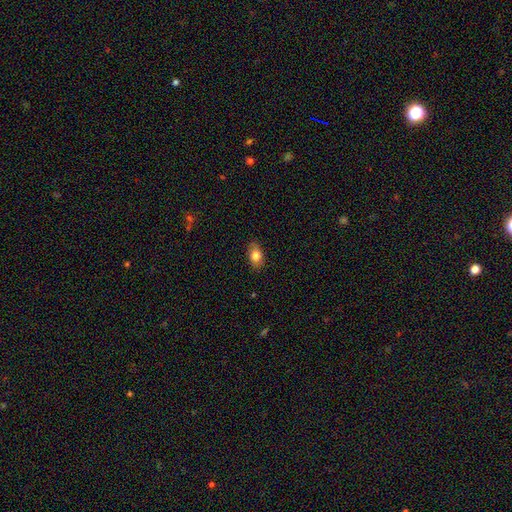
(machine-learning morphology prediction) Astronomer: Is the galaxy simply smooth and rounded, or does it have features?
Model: smooth — 81%.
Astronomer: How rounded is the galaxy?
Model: in between — 83%.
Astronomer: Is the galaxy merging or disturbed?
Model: none — 85%.